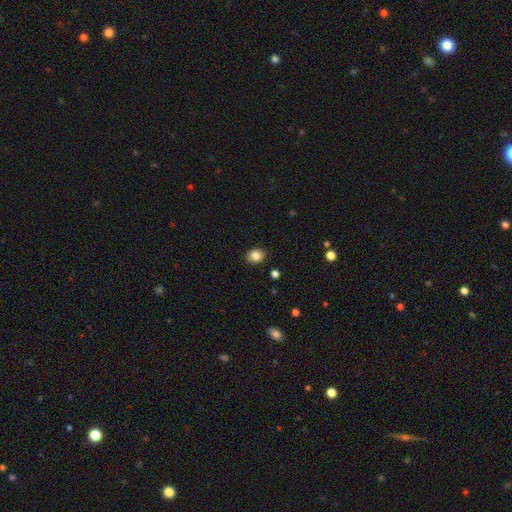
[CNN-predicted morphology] smooth-or-featured: smooth: 85% | star or artifact: 9% | featured or disk: 6%
  how-rounded: round: 50% | in between: 49% | cigar-shaped: 1%
  merging: none: 89% | minor disturbance: 8% | major disturbance: 2% | merger: 1%